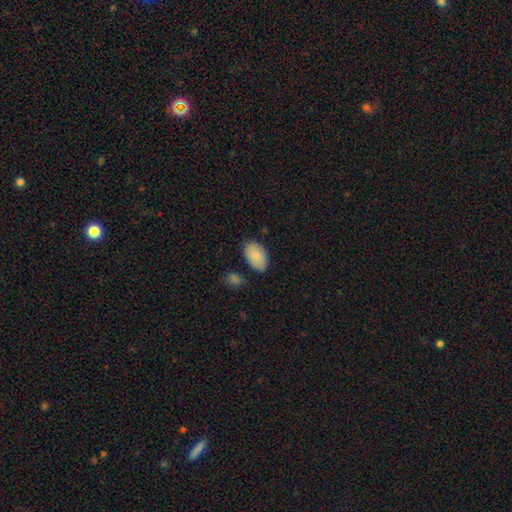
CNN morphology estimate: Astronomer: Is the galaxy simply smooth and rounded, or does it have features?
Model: smooth — 88%.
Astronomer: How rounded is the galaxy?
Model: in between — 94%.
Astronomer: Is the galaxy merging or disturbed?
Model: none — 76%.